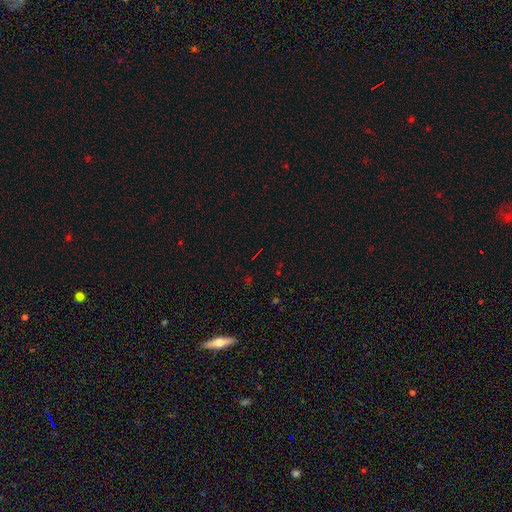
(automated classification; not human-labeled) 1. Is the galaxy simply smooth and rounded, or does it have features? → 70% star or artifact, 18% smooth, 11% featured or disk.